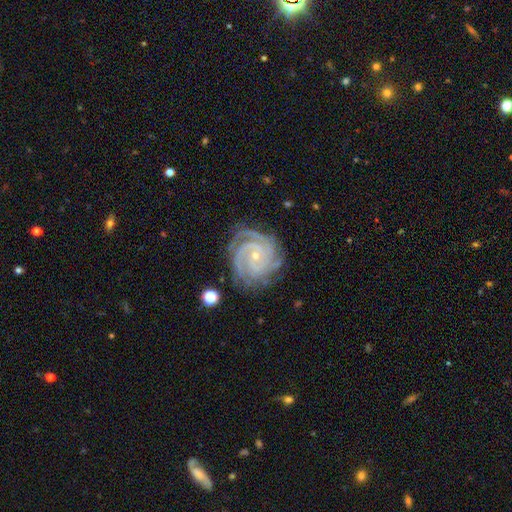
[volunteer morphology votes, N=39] This is clearly a featured or disk galaxy (97%). It is clearly not viewed edge-on (100%). Bar: likely no (71%). Spiral arm pattern: clearly yes (100%). Spiral arm count: possibly 3 (58%). Spiral winding: clearly tight (84%). Central bulge: likely small (76%). Merging: likely none (76%).